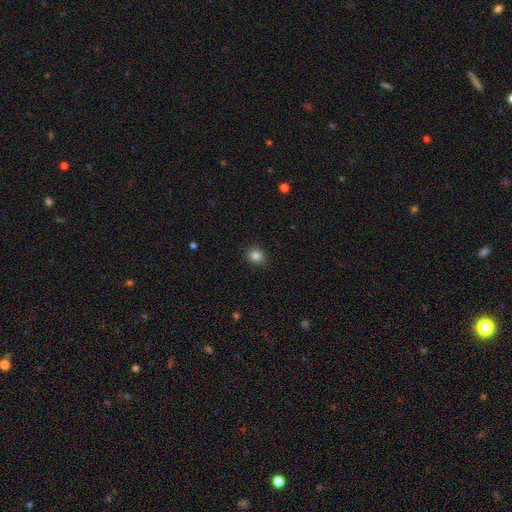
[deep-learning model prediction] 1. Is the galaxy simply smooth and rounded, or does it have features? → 85% smooth, 11% star or artifact, 4% featured or disk.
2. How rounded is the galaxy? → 80% round, 19% in between, 1% cigar-shaped.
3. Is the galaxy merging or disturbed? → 90% none, 7% minor disturbance, 2% major disturbance, 1% merger.